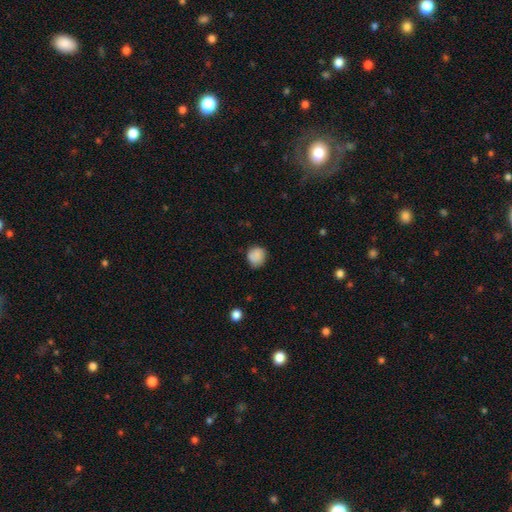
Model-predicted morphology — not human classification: smooth-or-featured: smooth: 86% | star or artifact: 8% | featured or disk: 5%
  how-rounded: round: 76% | in between: 23% | cigar-shaped: 1%
  merging: none: 76% | minor disturbance: 19% | major disturbance: 4% | merger: 2%